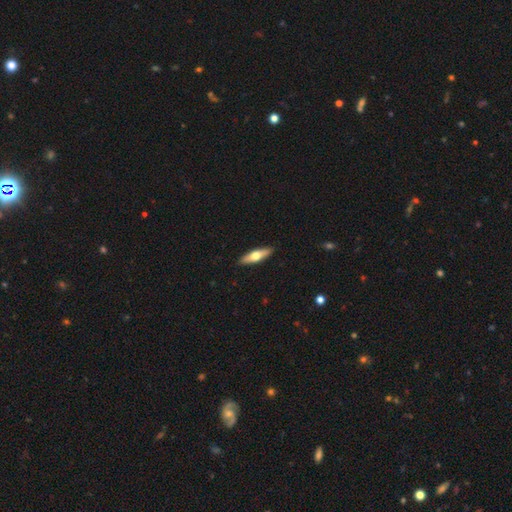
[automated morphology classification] smooth-or-featured: smooth: 54% | featured or disk: 40% | star or artifact: 5%
  how-rounded: cigar-shaped: 59% | in between: 39% | round: 2%
  merging: none: 91% | minor disturbance: 7% | major disturbance: 1% | merger: 1%